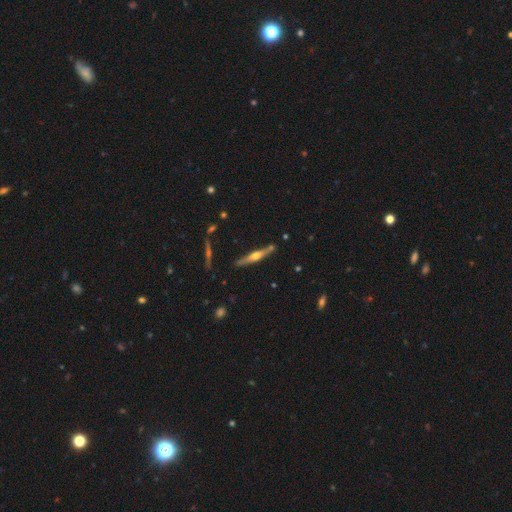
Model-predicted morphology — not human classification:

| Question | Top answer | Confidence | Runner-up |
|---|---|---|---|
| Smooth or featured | featured or disk | 73% | smooth (20%) |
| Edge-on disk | yes | 97% | no (3%) |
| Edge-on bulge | rounded | 93% | none (4%) |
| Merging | none | 85% | minor disturbance (9%) |